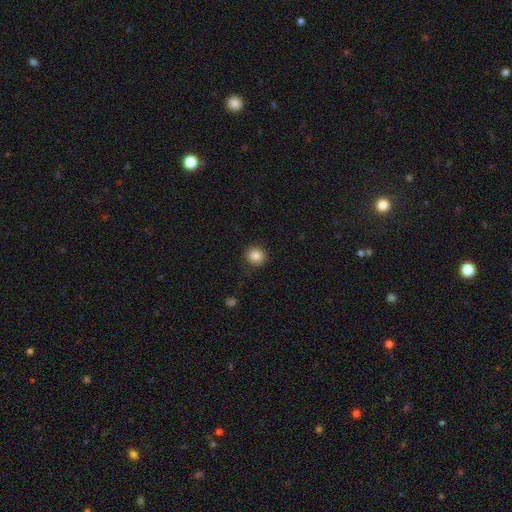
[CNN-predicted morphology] A smooth galaxy with no disk features (85%) that is round (86%).

Vote fractions:
- Smooth or featured? smooth: 85% / star or artifact: 10% / featured or disk: 5%
- How rounded? round: 86% / in between: 13% / cigar-shaped: 1%
- Merging? none: 90% / minor disturbance: 7% / major disturbance: 2% / merger: 1%